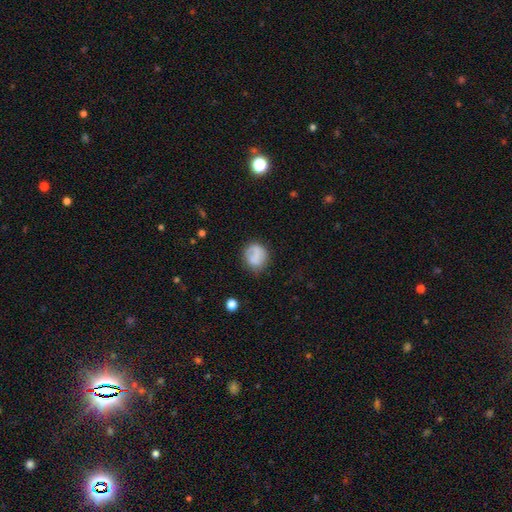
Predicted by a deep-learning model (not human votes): The model was most divided on "merging": none: 67%, minor disturbance: 21%, major disturbance: 8%, merger: 4%. More confident: how rounded — round (76%); smooth or featured — smooth (71%).